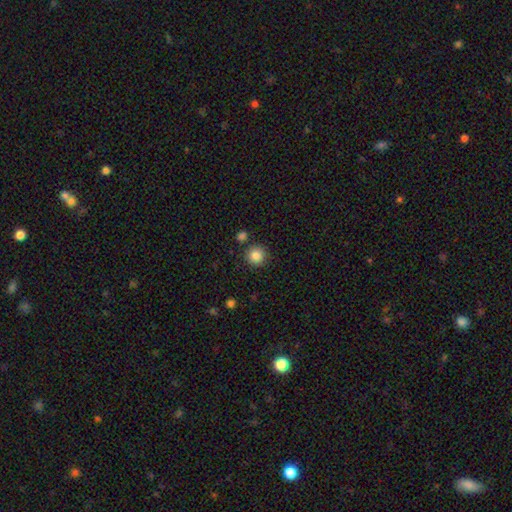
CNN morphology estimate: Smooth or featured? smooth (85%)
How rounded? round (95%)
Merging? none (86%)